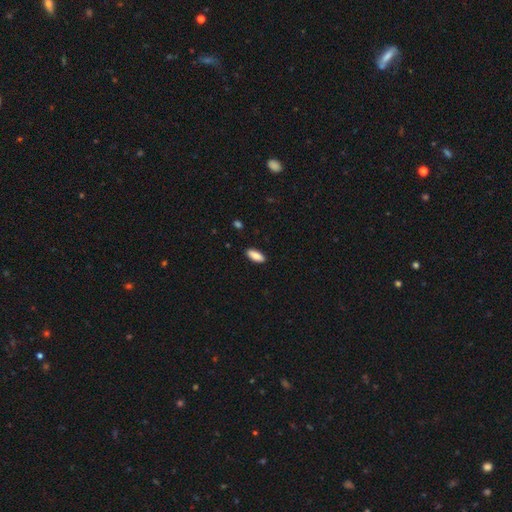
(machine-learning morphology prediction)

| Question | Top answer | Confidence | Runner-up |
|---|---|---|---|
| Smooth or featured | smooth | 88% | star or artifact (6%) |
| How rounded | in between | 80% | cigar-shaped (18%) |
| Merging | none | 89% | minor disturbance (8%) |